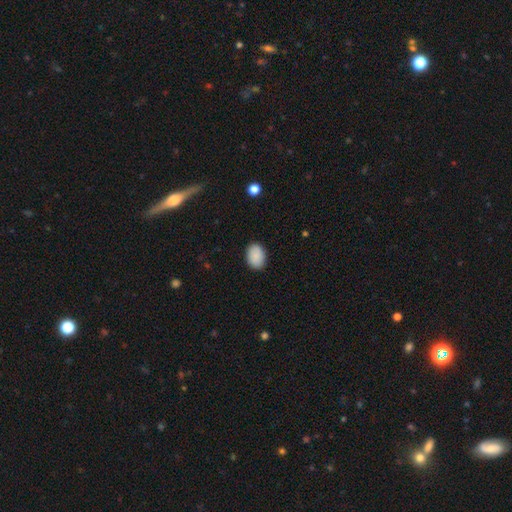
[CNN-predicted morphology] Q: Smooth or featured?
A: smooth (90%); runner-up: star or artifact (7%)
Q: How rounded?
A: in between (81%); runner-up: round (18%)
Q: Merging?
A: none (88%); runner-up: minor disturbance (9%)